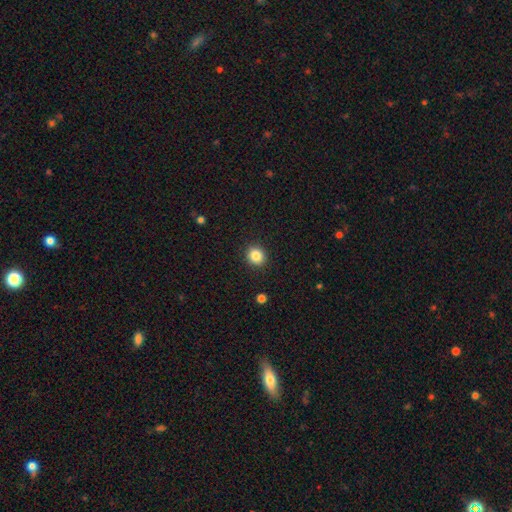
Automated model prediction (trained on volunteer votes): Smooth or featured: smooth — 85% (star or artifact — 10%)
How rounded: round — 81% (in between — 18%)
Merging: none — 91% (minor disturbance — 6%)